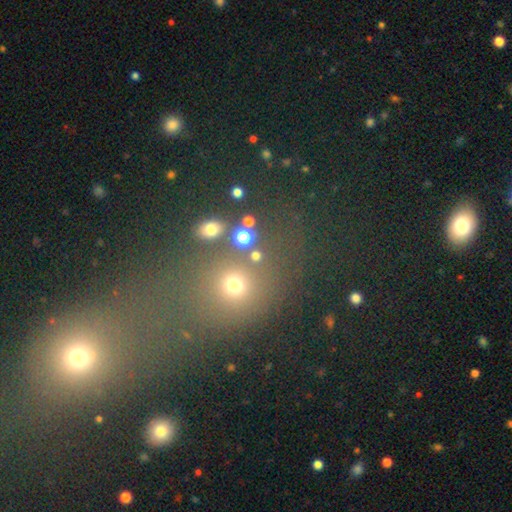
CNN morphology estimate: smooth-or-featured: smooth: 69% | star or artifact: 23% | featured or disk: 8%
  how-rounded: round: 87% | in between: 11% | cigar-shaped: 1%
  merging: none: 74% | merger: 13% | minor disturbance: 8% | major disturbance: 6%